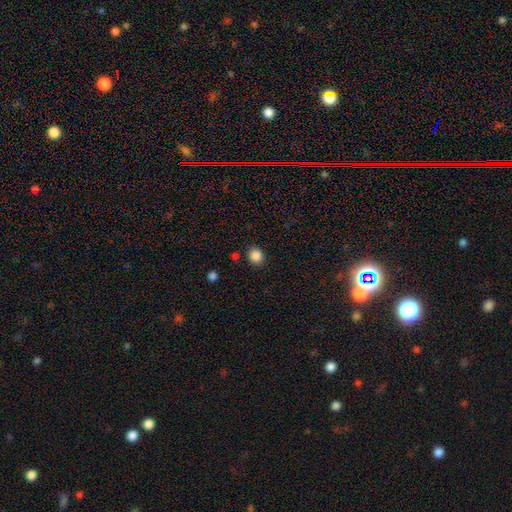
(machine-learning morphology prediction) This is clearly a smooth galaxy (86%). How rounded: likely round (76%). Merging: clearly none (87%).